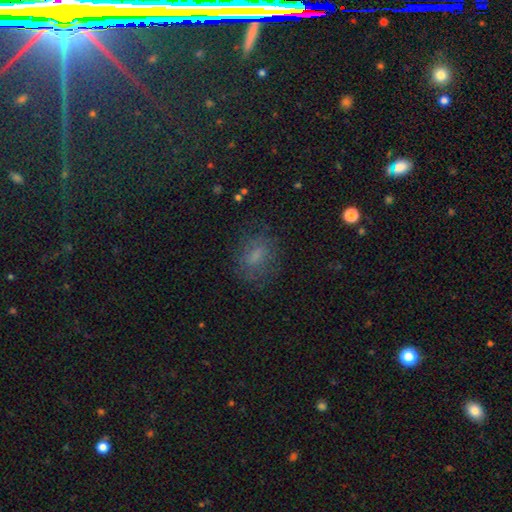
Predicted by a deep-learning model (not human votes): A smooth galaxy with no disk features (63%) that is in between round and cigar-shaped (60%). Merging: none (72%).